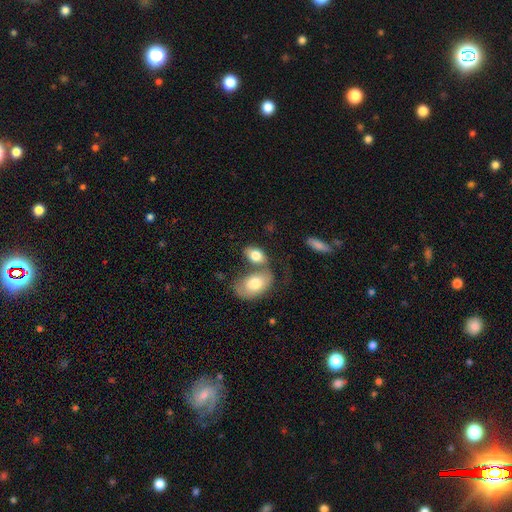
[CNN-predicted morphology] This appears to be a smooth galaxy with no disk features (76%) that is in between round and cigar-shaped (90%). Merging: merger (50%).